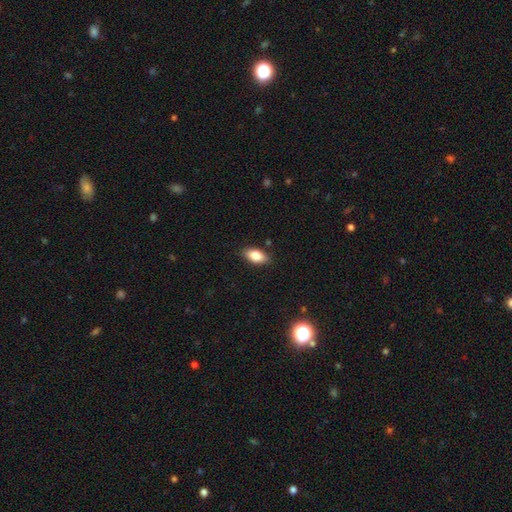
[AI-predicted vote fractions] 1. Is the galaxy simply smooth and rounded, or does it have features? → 82% smooth, 10% featured or disk, 7% star or artifact.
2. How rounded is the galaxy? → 90% in between, 6% cigar-shaped, 5% round.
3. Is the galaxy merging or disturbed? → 87% none, 10% minor disturbance, 2% major disturbance, 1% merger.